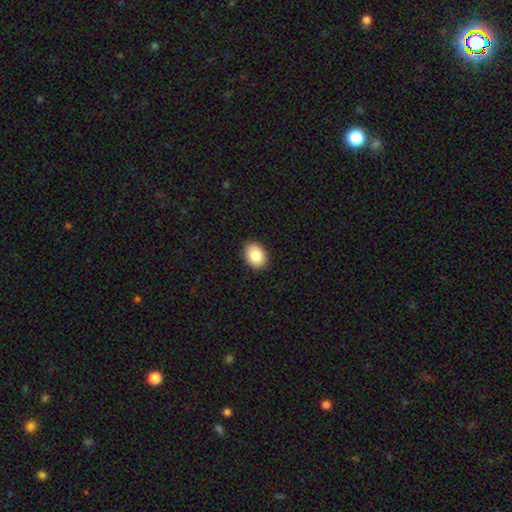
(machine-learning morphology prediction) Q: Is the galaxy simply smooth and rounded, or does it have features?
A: smooth — 86%.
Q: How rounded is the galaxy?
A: in between — 71%.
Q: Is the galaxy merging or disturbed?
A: none — 90%.